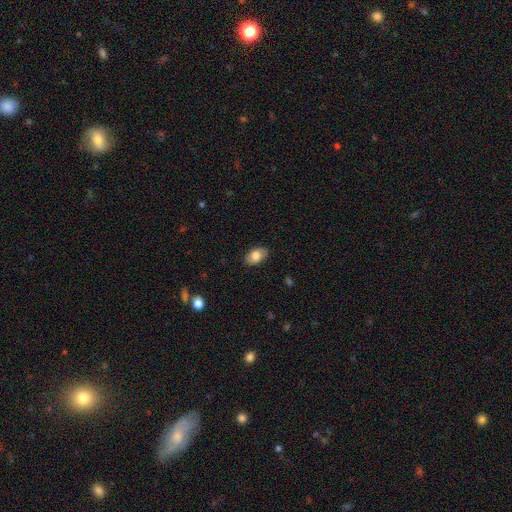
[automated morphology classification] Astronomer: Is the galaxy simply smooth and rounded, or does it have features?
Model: smooth — 81%.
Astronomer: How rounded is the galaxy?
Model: in between — 90%.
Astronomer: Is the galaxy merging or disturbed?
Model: none — 86%.